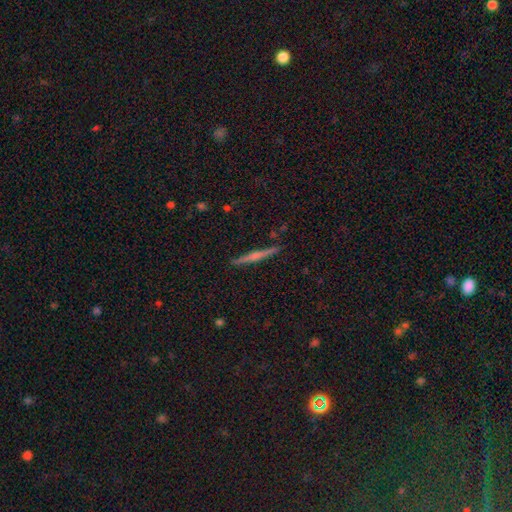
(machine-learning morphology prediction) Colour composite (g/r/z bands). It shows a featured or disk galaxy (67%) viewed edge-on (98%) with a rounded central bulge (67%). Merging: none (91%).